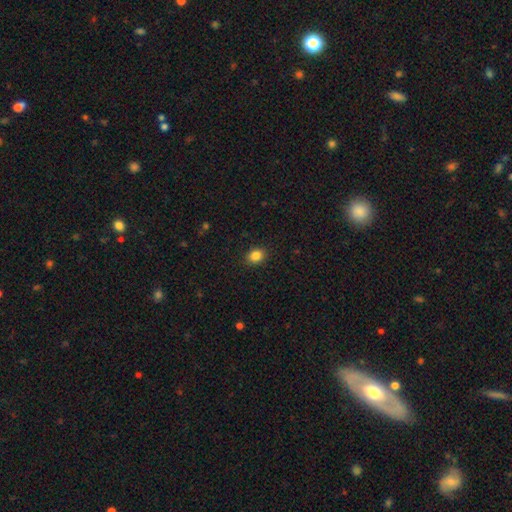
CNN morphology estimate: Smooth or featured? smooth (86%)
How rounded? in between (50%)
Merging? none (89%)